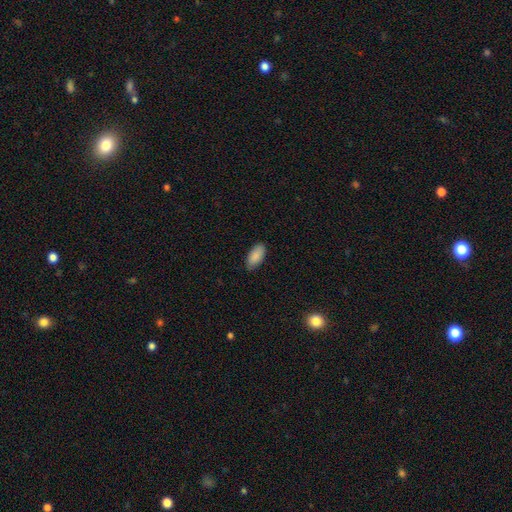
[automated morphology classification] Smooth or featured? smooth (89%)
How rounded? in between (93%)
Merging? none (84%)